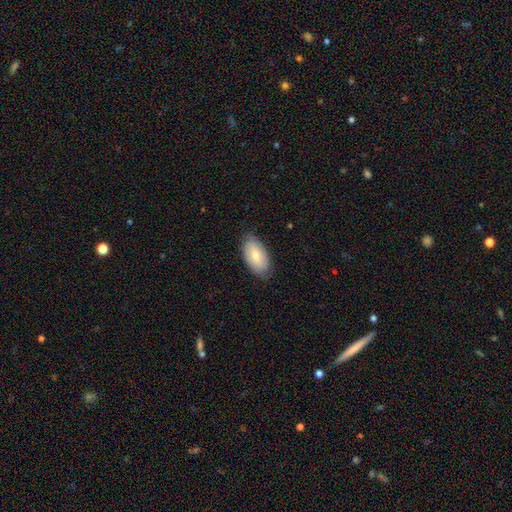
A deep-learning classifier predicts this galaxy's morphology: Overall: smooth (69%). How rounded: in between (94%). Merging: none (79%).